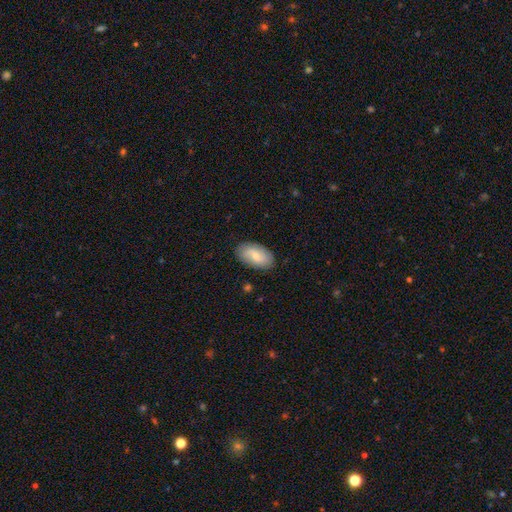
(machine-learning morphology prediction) Smooth or featured: smooth — 65% (featured or disk — 28%)
How rounded: in between — 94% (round — 4%)
Merging: none — 85% (minor disturbance — 11%)